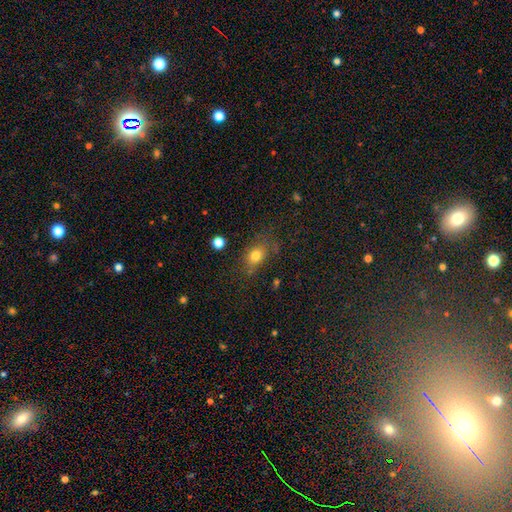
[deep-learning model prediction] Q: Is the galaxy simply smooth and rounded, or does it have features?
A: smooth — 78%.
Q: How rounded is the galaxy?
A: in between — 60%.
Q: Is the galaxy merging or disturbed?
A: none — 70%.